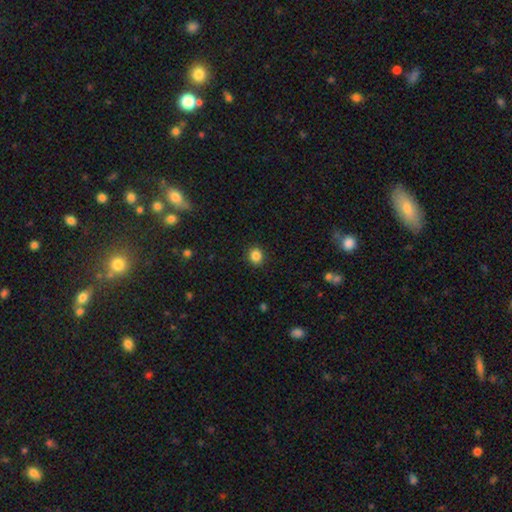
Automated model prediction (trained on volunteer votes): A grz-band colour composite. It shows a smooth galaxy with no disk features (86%) that is round (79%). Merging: none (91%).